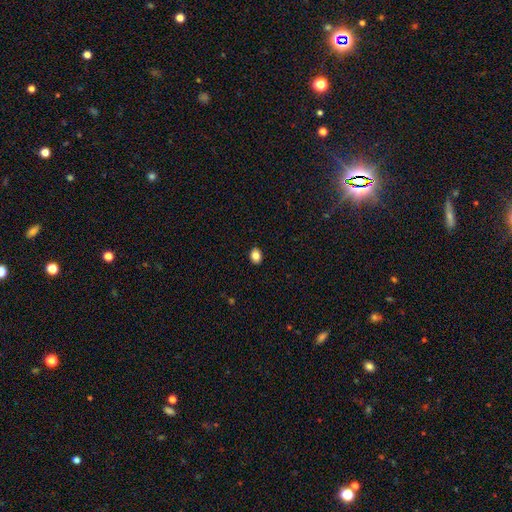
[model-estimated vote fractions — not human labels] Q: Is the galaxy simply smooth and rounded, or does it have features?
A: smooth — 85%.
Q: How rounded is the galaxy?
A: in between — 65%.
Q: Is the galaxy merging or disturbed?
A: none — 90%.